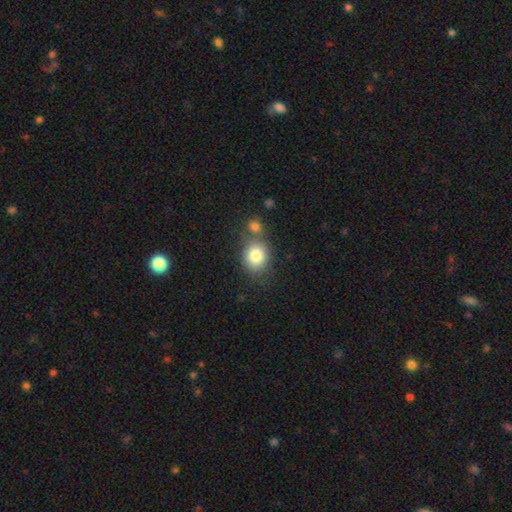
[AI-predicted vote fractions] Smooth or featured? smooth (82%)
How rounded? round (64%)
Merging? none (57%)